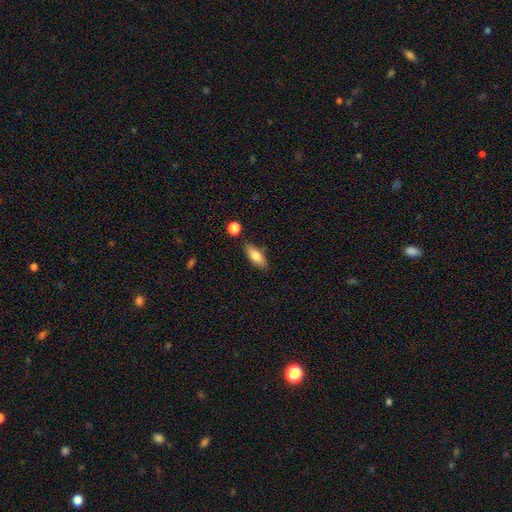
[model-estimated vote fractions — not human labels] Q: Smooth or featured?
A: smooth (78%); runner-up: featured or disk (15%)
Q: How rounded?
A: in between (76%); runner-up: cigar-shaped (21%)
Q: Merging?
A: none (81%); runner-up: minor disturbance (12%)